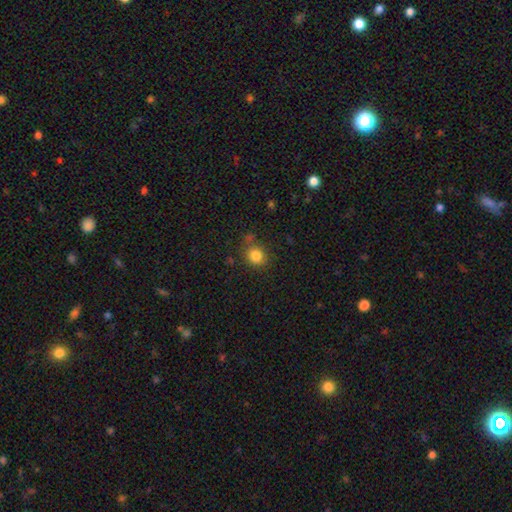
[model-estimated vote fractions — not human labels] A smooth galaxy with no disk features (83%) that is round (78%).

Vote fractions:
- Smooth or featured? smooth: 83% / star or artifact: 12% / featured or disk: 6%
- How rounded? round: 78% / in between: 21% / cigar-shaped: 1%
- Merging? none: 76% / minor disturbance: 14% / merger: 6% / major disturbance: 4%